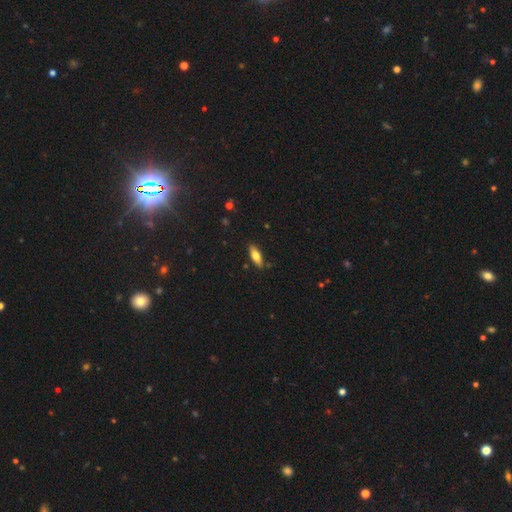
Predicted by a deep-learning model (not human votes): A smooth galaxy with no disk features (71%) that is in between round and cigar-shaped (64%).

Vote fractions:
- Smooth or featured? smooth: 71% / featured or disk: 23% / star or artifact: 7%
- How rounded? in between: 64% / cigar-shaped: 34% / round: 2%
- Merging? none: 85% / minor disturbance: 11% / major disturbance: 2% / merger: 2%